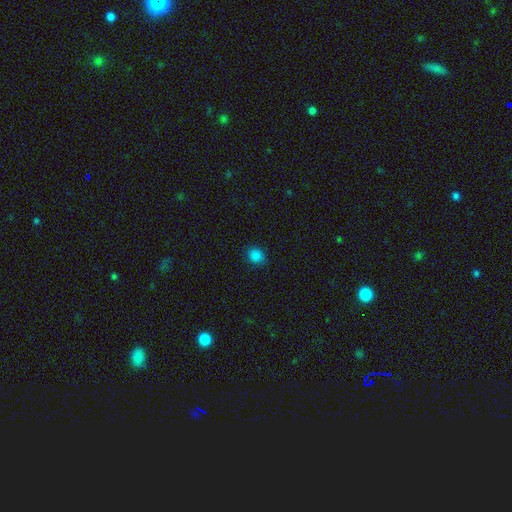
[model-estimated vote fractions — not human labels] smooth-or-featured: smooth: 84% | star or artifact: 13% | featured or disk: 3%
  how-rounded: round: 70% | in between: 29% | cigar-shaped: 1%
  merging: none: 88% | minor disturbance: 9% | major disturbance: 2% | merger: 1%